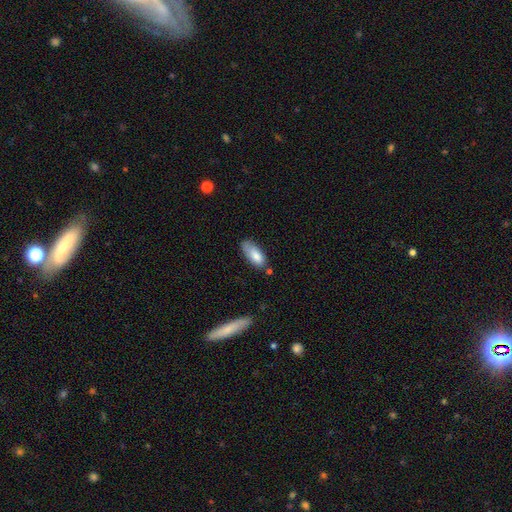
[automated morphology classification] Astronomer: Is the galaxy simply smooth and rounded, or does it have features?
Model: smooth — 80%.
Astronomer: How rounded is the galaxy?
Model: in between — 82%.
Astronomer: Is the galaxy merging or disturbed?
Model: none — 52% (runner-up: minor disturbance, 31%).